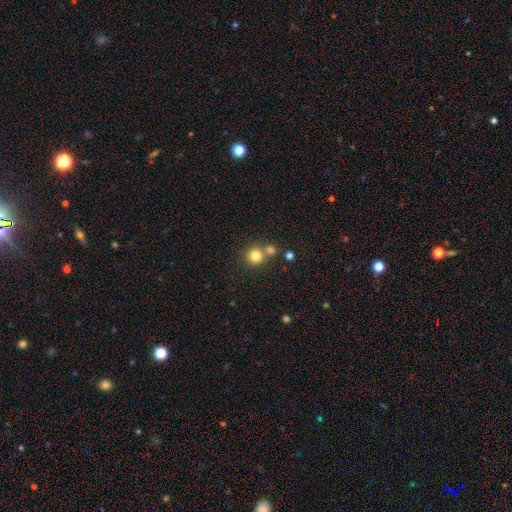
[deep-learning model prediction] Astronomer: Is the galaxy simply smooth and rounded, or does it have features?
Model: smooth — 80%.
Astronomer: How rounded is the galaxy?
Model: round — 92%.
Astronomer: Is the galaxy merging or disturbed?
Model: none — 64%.